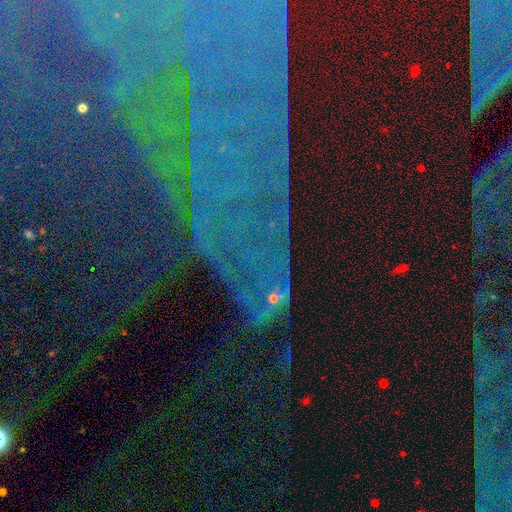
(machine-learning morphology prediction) smooth_or_featured: star or artifact (p=0.80) [alt: featured or disk p=0.11]